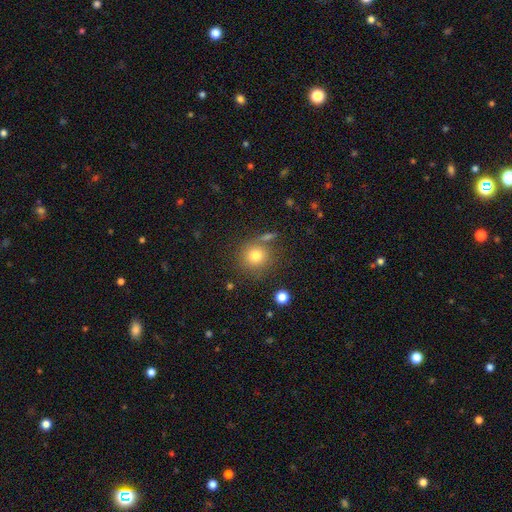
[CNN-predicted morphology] Smooth or featured?
  - smooth: 78% *
  - star or artifact: 13%
  - featured or disk: 9%
How rounded?
  - round: 91% *
  - in between: 8%
  - cigar-shaped: 1%
Merging?
  - none: 76% *
  - minor disturbance: 10%
  - merger: 10%
  - major disturbance: 4%